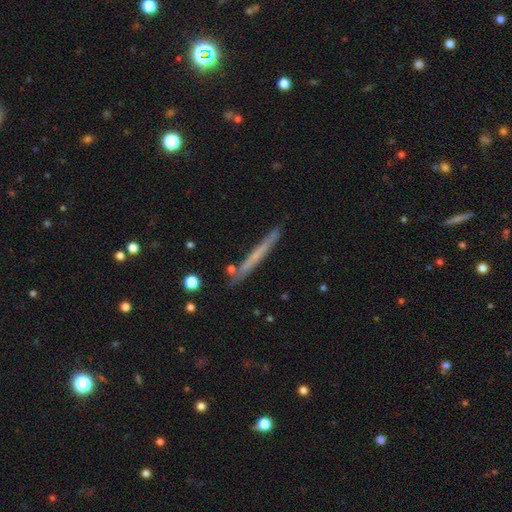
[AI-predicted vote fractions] Q: Smooth or featured?
A: smooth (49%); runner-up: featured or disk (44%)
Q: Merging?
A: none (85%); runner-up: minor disturbance (10%)